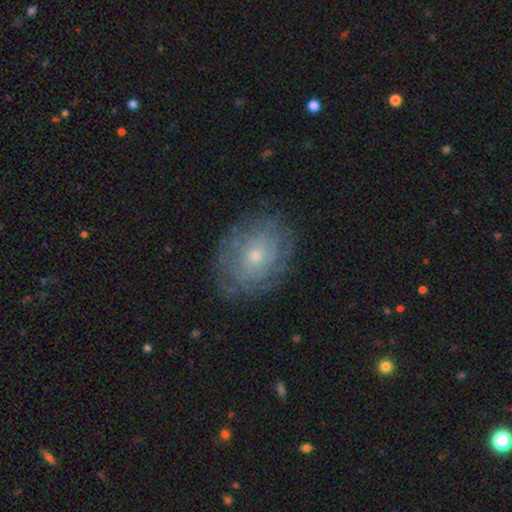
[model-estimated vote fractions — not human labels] Morphology: type=featured or disk (64%); edge-on=no (96%); bar=no (84%); spiral arms=yes (74%); bulge=small (64%); merging=none (78%).